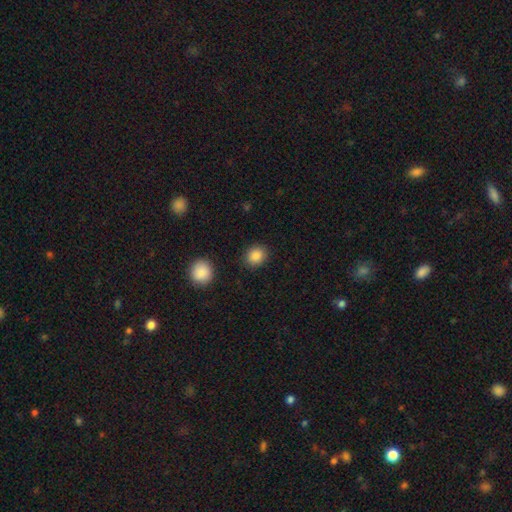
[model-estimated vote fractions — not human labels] A smooth galaxy with no disk features (87%) that is round (71%).

Vote fractions:
- Smooth or featured? smooth: 87% / star or artifact: 9% / featured or disk: 4%
- How rounded? round: 71% / in between: 28% / cigar-shaped: 1%
- Merging? none: 88% / minor disturbance: 7% / major disturbance: 2% / merger: 2%